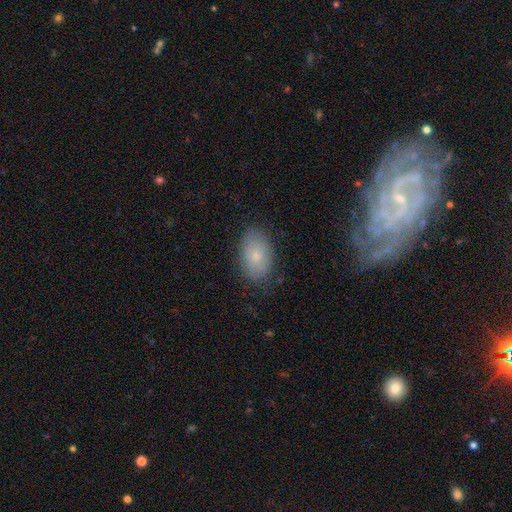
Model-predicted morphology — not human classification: smooth_or_featured: smooth (p=0.70) [alt: featured or disk p=0.19]
how_rounded: in between (p=0.90) [alt: round p=0.09]
merging: none (p=0.80) [alt: minor disturbance p=0.14]